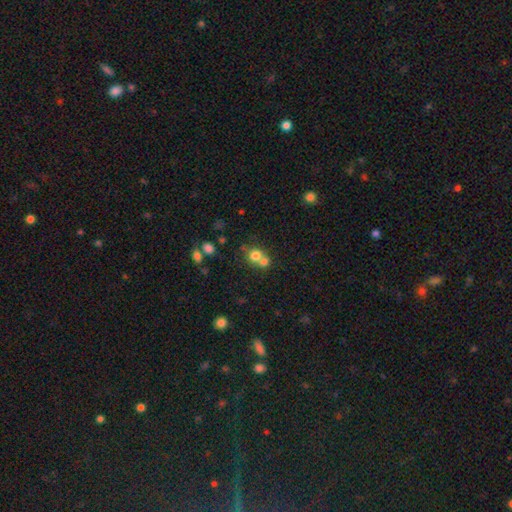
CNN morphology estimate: Q: Smooth or featured?
A: smooth (73%); runner-up: star or artifact (14%)
Q: How rounded?
A: round (83%); runner-up: in between (16%)
Q: Merging?
A: merger (52%); runner-up: none (40%)